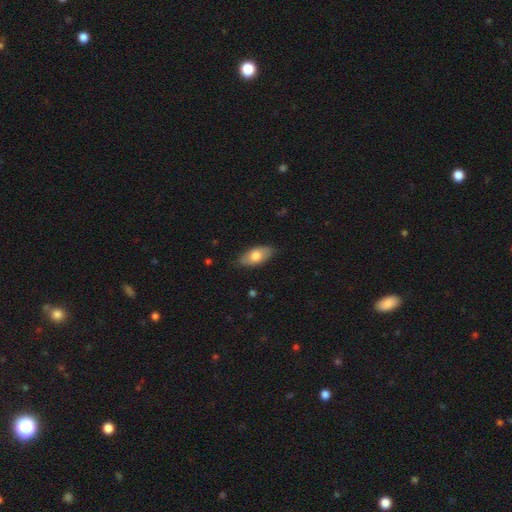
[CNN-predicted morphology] smooth_or_featured: smooth (p=0.73) [alt: featured or disk p=0.21]
how_rounded: in between (p=0.89) [alt: cigar-shaped p=0.08]
merging: none (p=0.83) [alt: minor disturbance p=0.14]